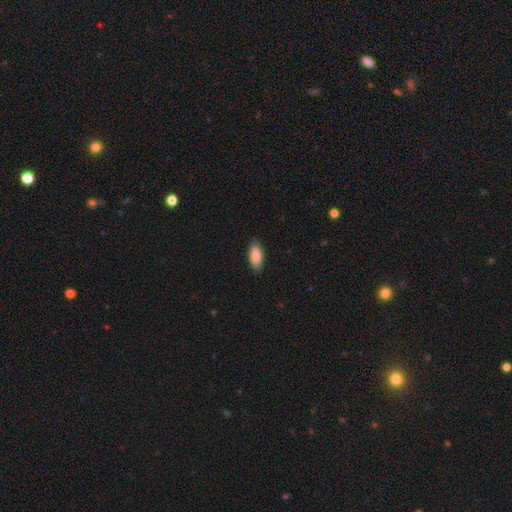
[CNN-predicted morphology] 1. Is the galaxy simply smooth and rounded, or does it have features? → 89% smooth, 6% star or artifact, 5% featured or disk.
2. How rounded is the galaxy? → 88% in between, 11% cigar-shaped, 2% round.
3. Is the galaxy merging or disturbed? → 85% none, 12% minor disturbance, 2% major disturbance, 1% merger.